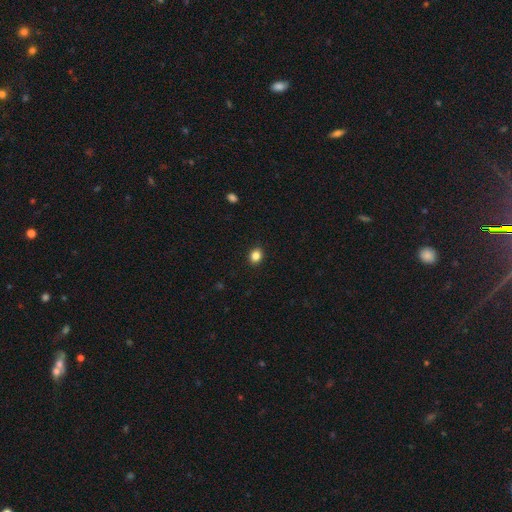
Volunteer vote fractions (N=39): A smooth galaxy with no disk features (87%) that is round (88%). Merging: none (97%).